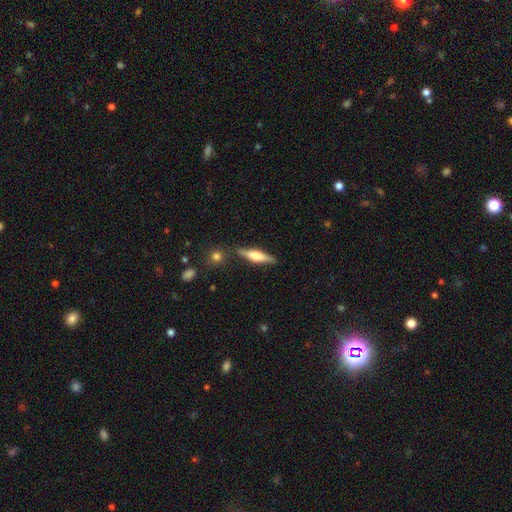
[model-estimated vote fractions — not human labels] Morphology: type=featured or disk (50%); edge-on=yes (95%); merging=none (83%).